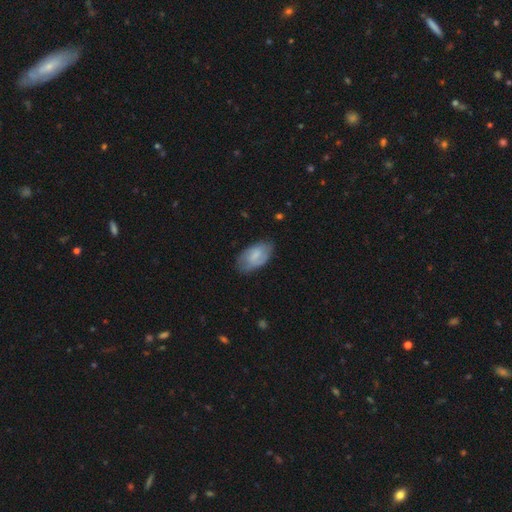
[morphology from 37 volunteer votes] smooth-or-featured: smooth: 51% | featured or disk: 43% | star or artifact: 5%
  how-rounded: in between: 84% | round: 16% | cigar-shaped: 0%
  merging: none: 83% | minor disturbance: 14% | major disturbance: 3% | merger: 0%